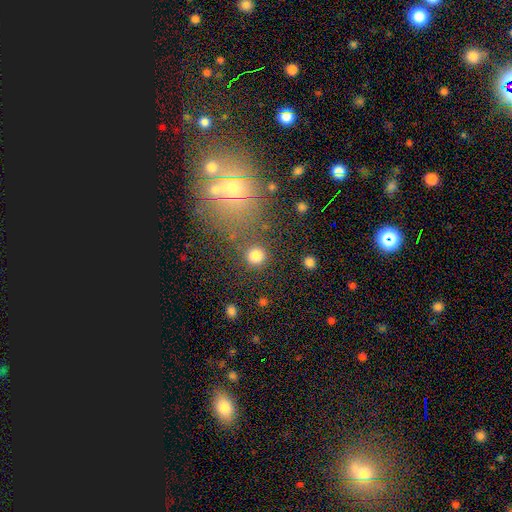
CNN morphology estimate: smooth_or_featured: smooth (p=0.82) [alt: star or artifact p=0.13]
how_rounded: round (p=0.94) [alt: in between p=0.05]
merging: none (p=0.84) [alt: minor disturbance p=0.08]